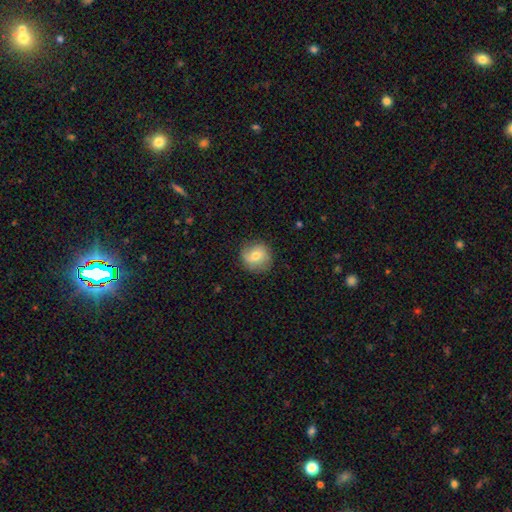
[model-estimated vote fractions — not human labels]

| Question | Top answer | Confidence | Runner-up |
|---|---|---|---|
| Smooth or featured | smooth | 64% | featured or disk (27%) |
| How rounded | round | 87% | in between (12%) |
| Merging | none | 81% | minor disturbance (14%) |